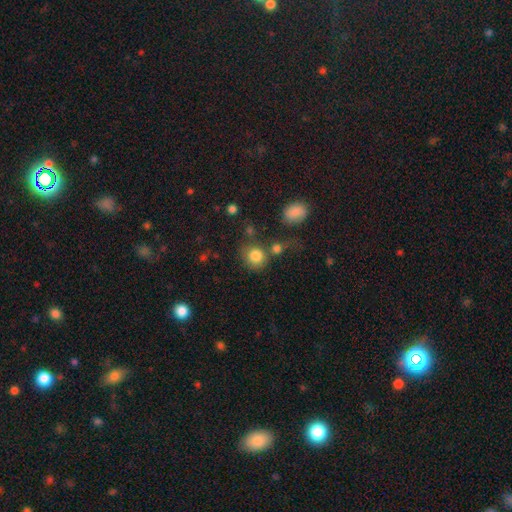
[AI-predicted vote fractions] Q: Smooth or featured?
A: smooth (82%); runner-up: star or artifact (11%)
Q: How rounded?
A: round (83%); runner-up: in between (15%)
Q: Merging?
A: none (63%); runner-up: merger (17%)